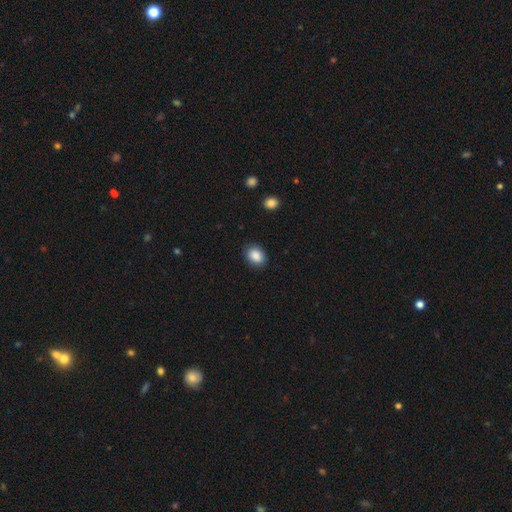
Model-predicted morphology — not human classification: Smooth or featured: smooth — 88% (star or artifact — 8%)
How rounded: in between — 58% (round — 41%)
Merging: none — 88% (minor disturbance — 9%)